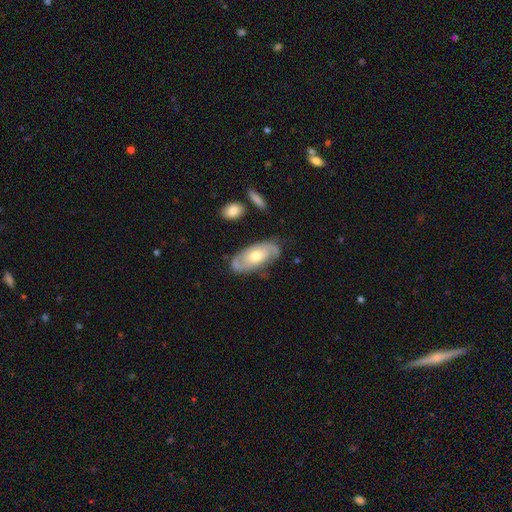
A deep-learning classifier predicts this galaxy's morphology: This is likely a featured or disk galaxy (73%). It is clearly not viewed edge-on (92%). Bar: likely no (75%). Spiral arm pattern: clearly yes (85%). Spiral arm count: likely 2 (72%). Spiral winding: possibly tight (48%). Central bulge: likely moderate (68%). Merging: likely none (75%).